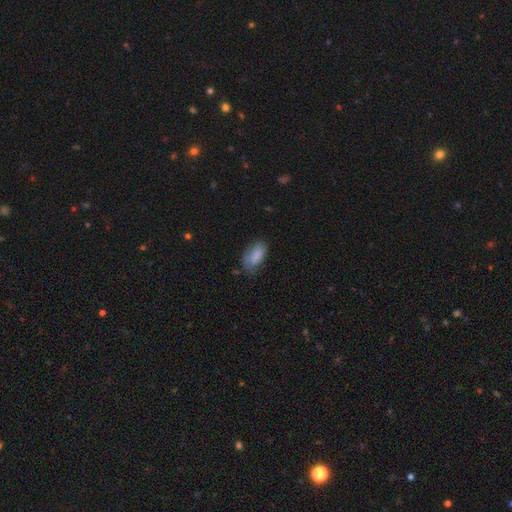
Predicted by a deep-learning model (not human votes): This appears to be a smooth galaxy with no disk features (79%) that is in between round and cigar-shaped (91%). Merging: none (55%).